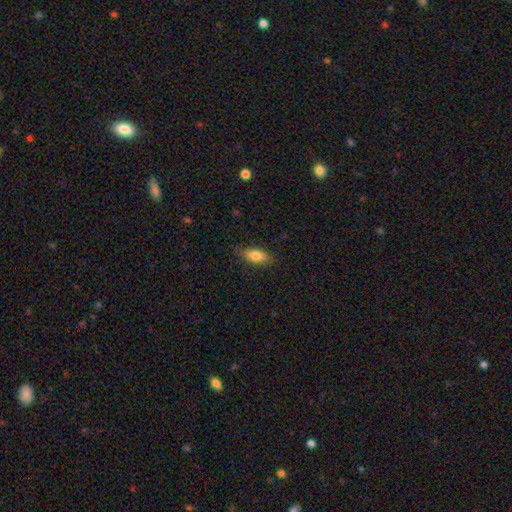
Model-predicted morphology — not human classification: smooth 80%, featured or disk 13%, star or artifact 7%. Down the decision tree: how rounded — in between (74%); merging — none (83%).